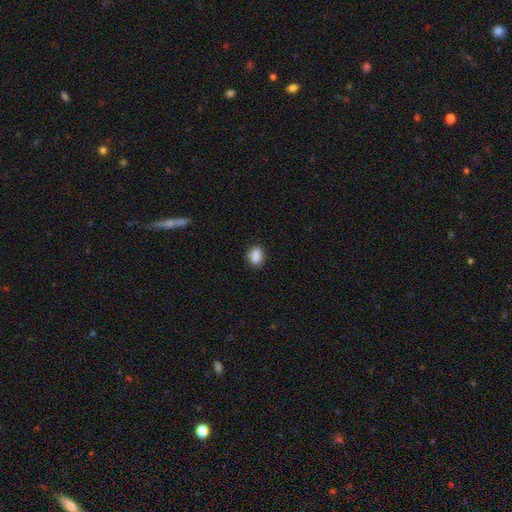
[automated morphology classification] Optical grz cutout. It shows a smooth galaxy with no disk features (85%) that is in between round and cigar-shaped (71%). Merging: none (80%).